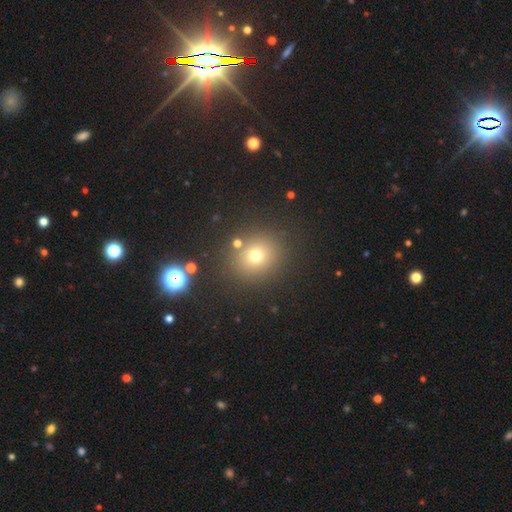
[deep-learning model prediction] This appears to be a smooth galaxy with no disk features (70%) that is round (83%). Merging: none (84%).